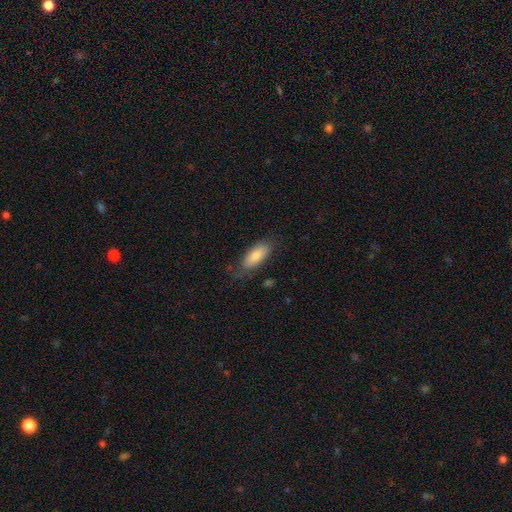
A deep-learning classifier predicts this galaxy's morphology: This is likely a smooth galaxy (77%). How rounded: likely in between (79%). Merging: likely none (69%).